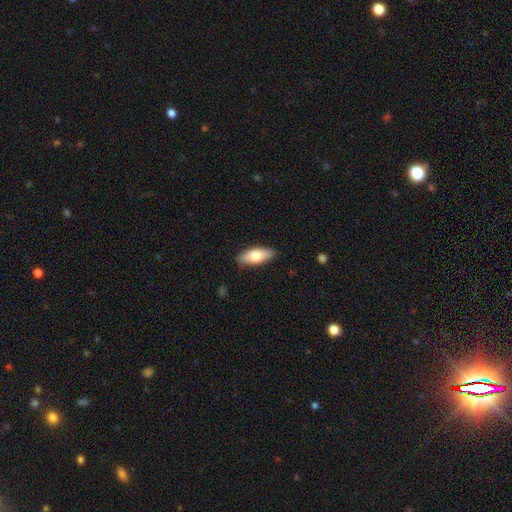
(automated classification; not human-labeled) A smooth galaxy with no disk features (74%) that is in between round and cigar-shaped (78%). Merging: none (88%).